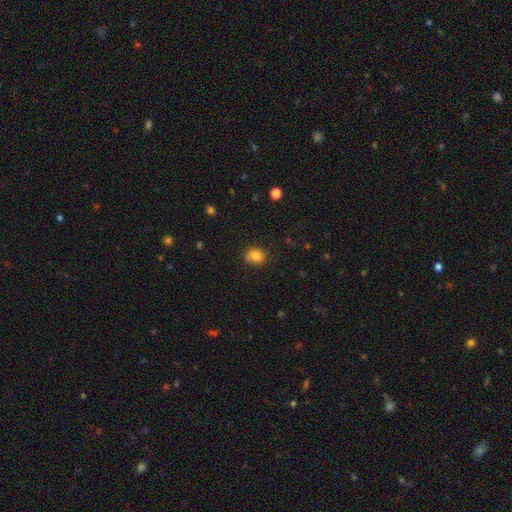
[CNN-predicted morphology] The model was most divided on "how rounded": round: 59%, in between: 40%, cigar-shaped: 1%. More confident: smooth or featured — smooth (81%); merging — none (72%).